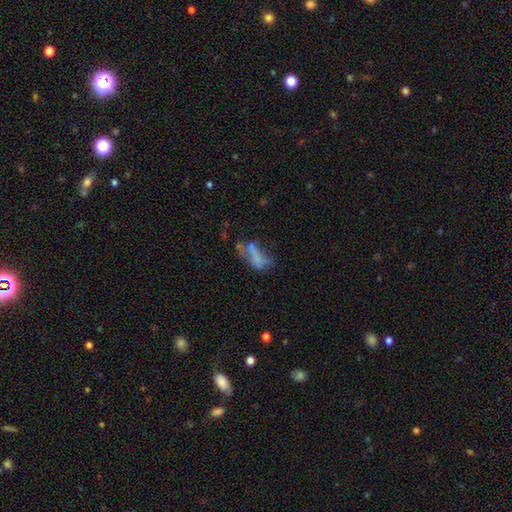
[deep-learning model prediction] smooth 50%, featured or disk 34%, star or artifact 15%. Down the decision tree: how rounded — in between (68%); merging — major disturbance (33%).